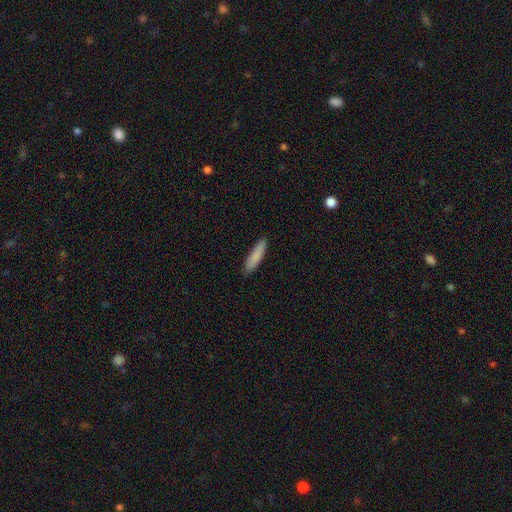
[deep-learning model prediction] The model was most divided on "how rounded": cigar-shaped: 78%, in between: 20%, round: 1%. More confident: merging — none (88%); smooth or featured — smooth (85%).